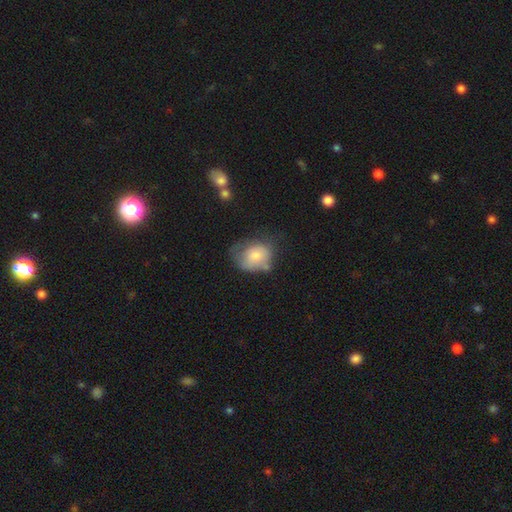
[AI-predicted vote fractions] smooth 70%, featured or disk 22%, star or artifact 8%. Down the decision tree: how rounded — in between (50%); merging — minor disturbance (36%).